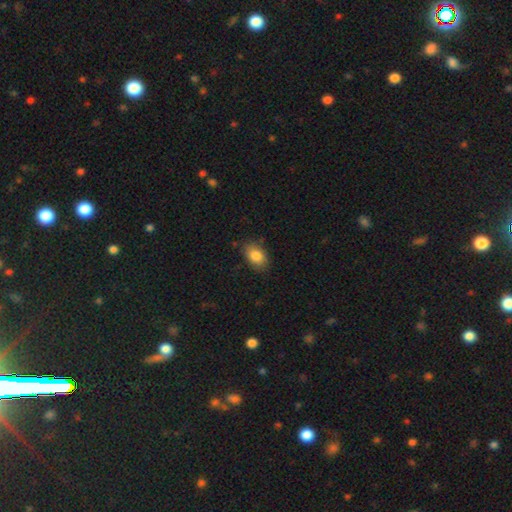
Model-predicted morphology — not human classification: type=smooth (85%); roundness=in between (87%); merging=none (80%).